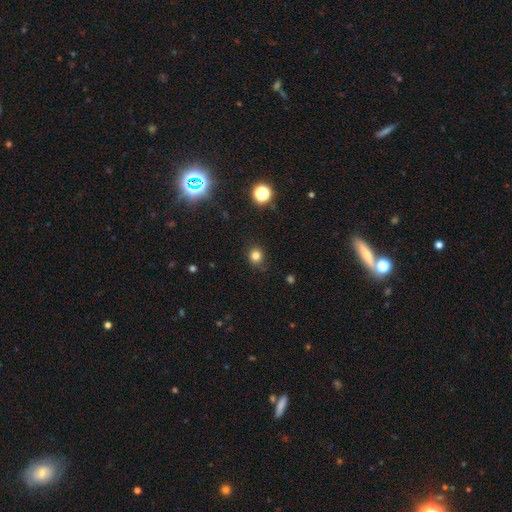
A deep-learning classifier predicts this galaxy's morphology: This is clearly a smooth galaxy (81%). How rounded: clearly round (85%). Merging: clearly none (85%).